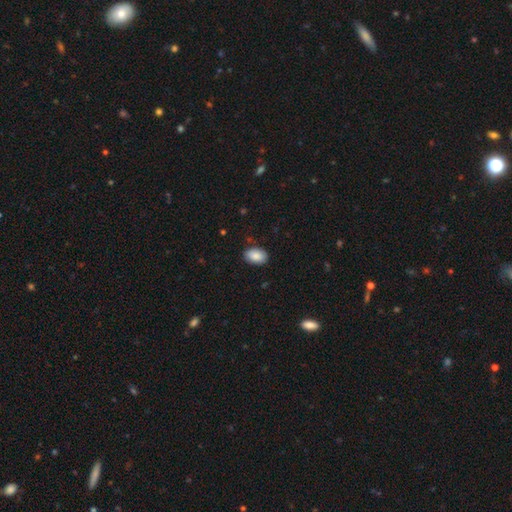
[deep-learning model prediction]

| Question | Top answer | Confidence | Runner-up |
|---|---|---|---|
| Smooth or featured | smooth | 88% | star or artifact (7%) |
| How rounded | in between | 88% | round (11%) |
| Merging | none | 86% | minor disturbance (11%) |